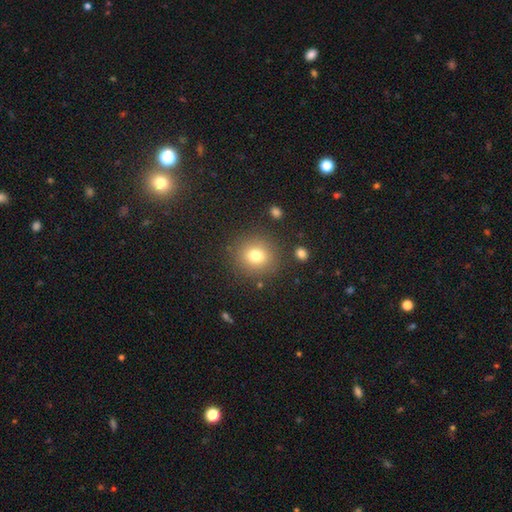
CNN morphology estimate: Smooth or featured? smooth (76%)
How rounded? round (88%)
Merging? none (86%)